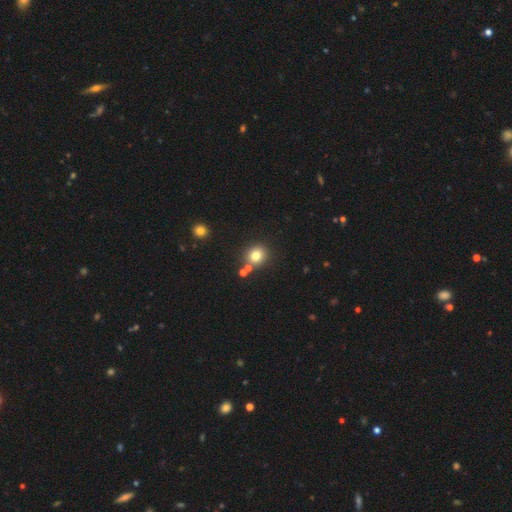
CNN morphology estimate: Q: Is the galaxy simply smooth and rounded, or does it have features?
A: smooth — 79%.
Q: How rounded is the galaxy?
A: round — 84%.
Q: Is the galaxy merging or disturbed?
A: none — 77%.